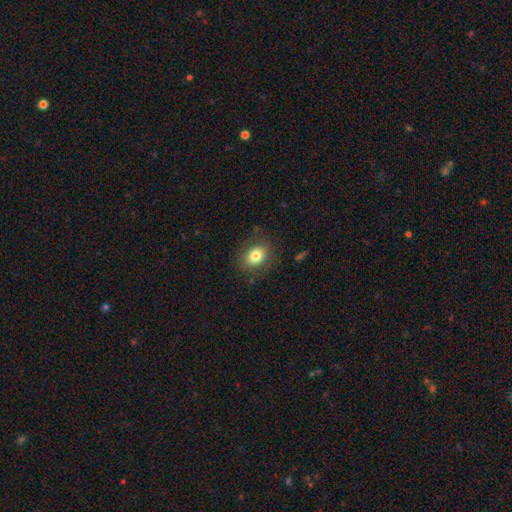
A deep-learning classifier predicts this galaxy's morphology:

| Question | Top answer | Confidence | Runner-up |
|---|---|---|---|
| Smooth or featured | smooth | 79% | featured or disk (11%) |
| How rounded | in between | 51% | round (48%) |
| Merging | none | 82% | minor disturbance (12%) |